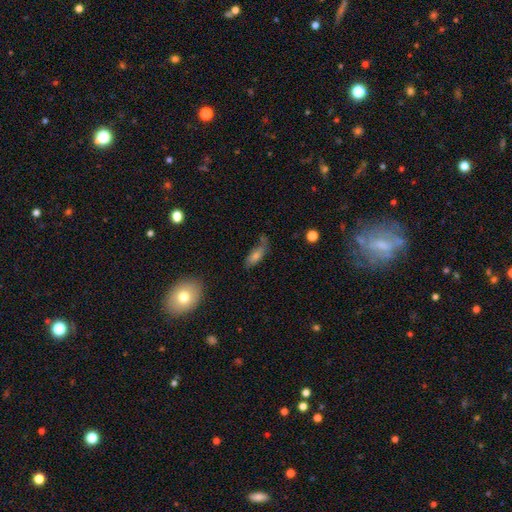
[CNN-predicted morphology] Smooth or featured: smooth — 61% (featured or disk — 27%)
How rounded: in between — 70% (cigar-shaped — 25%)
Merging: none — 60% (minor disturbance — 24%)